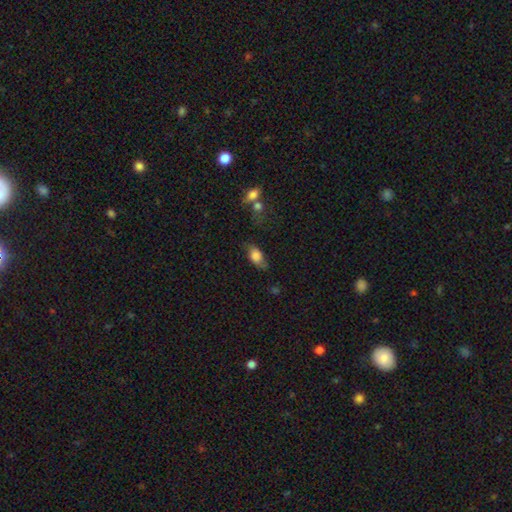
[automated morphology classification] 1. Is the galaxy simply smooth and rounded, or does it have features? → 75% smooth, 18% featured or disk, 8% star or artifact.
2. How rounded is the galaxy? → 85% in between, 8% round, 7% cigar-shaped.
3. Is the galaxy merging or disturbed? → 61% none, 26% minor disturbance, 9% major disturbance, 4% merger.